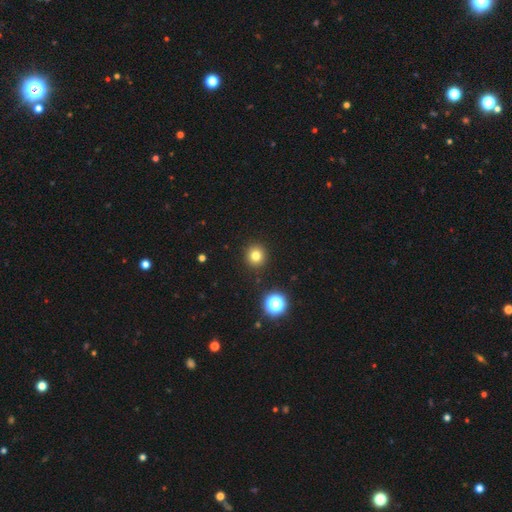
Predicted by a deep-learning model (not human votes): Smooth or featured? Predicted: smooth (p=0.78). How rounded? Predicted: round (p=0.92). Merging? Predicted: none (p=0.91).